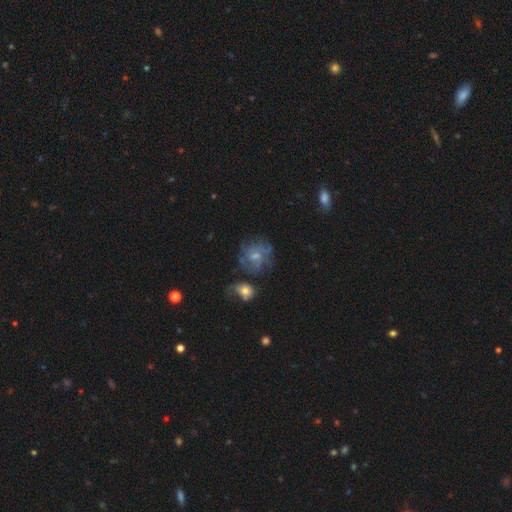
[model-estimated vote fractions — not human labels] This is possibly a featured or disk galaxy (54%). It is clearly not viewed edge-on (97%). Bar: likely no (60%). Spiral arm pattern: likely yes (62%). Central bulge: marginally small (43%). Merging: possibly none (50%).